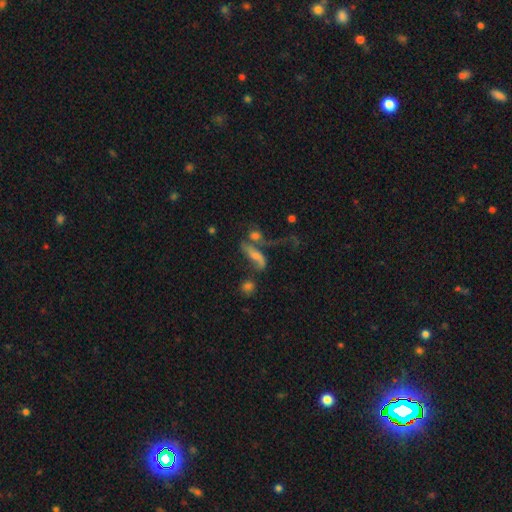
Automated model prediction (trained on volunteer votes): This is possibly a featured or disk galaxy (51%). It is likely not viewed edge-on (73%). Merging: marginally merger (37%).